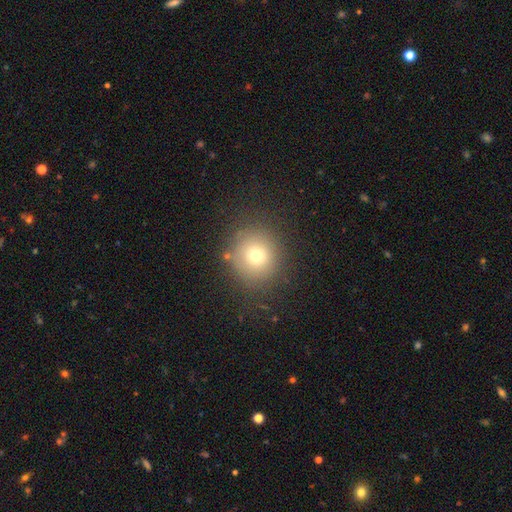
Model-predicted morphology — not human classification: A smooth galaxy with no disk features (70%) that is round (91%).

Vote fractions:
- Smooth or featured? smooth: 70% / star or artifact: 17% / featured or disk: 13%
- How rounded? round: 91% / in between: 9% / cigar-shaped: 1%
- Merging? none: 83% / minor disturbance: 10% / major disturbance: 5% / merger: 2%